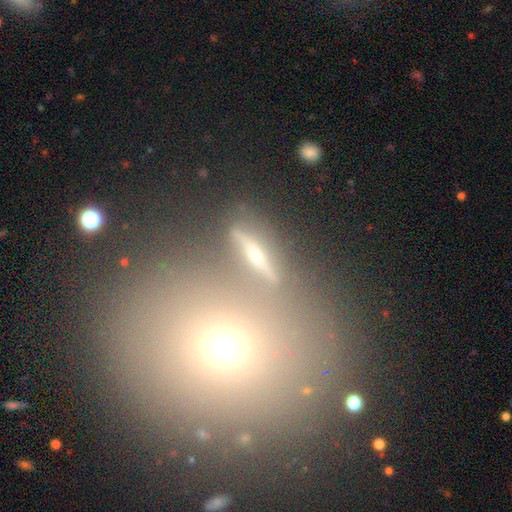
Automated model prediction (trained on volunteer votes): A featured or disk galaxy (45%).

Vote fractions:
- Smooth or featured? featured or disk: 45% / smooth: 32% / star or artifact: 23%
- Merging? none: 74% / minor disturbance: 10% / merger: 10% / major disturbance: 6%